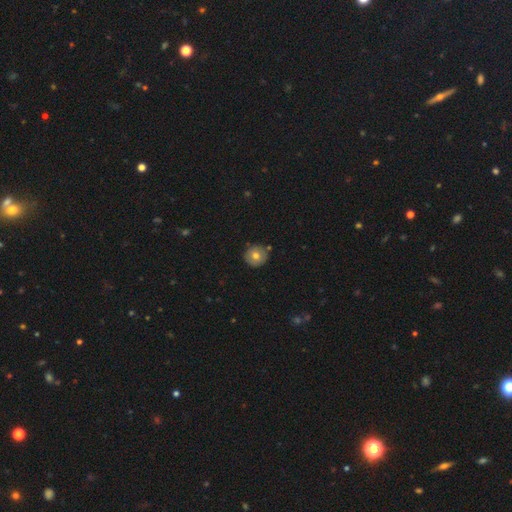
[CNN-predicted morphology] type=smooth (70%); roundness=round (93%); merging=none (85%).